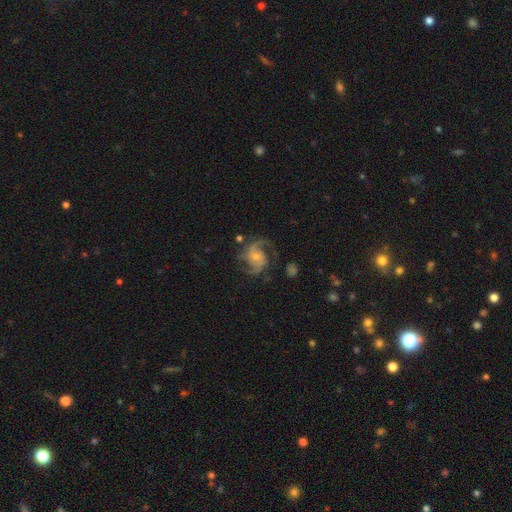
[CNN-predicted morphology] type=featured or disk (89%); edge-on=no (98%); bar=no (60%); spiral arms=yes (97%); winding=medium (56%); arm count=2 (70%); bulge=small (61%); merging=none (71%).